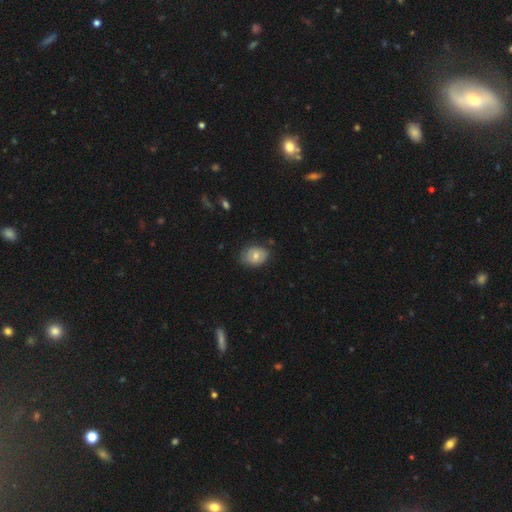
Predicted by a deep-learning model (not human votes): A smooth galaxy with no disk features (64%) that is in between round and cigar-shaped (65%). Merging: none (71%).